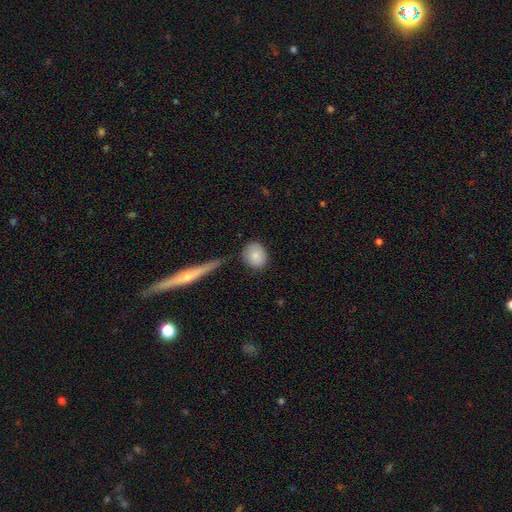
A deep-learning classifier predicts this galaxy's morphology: A smooth galaxy with no disk features (84%) that is round (66%). Merging: none (76%).